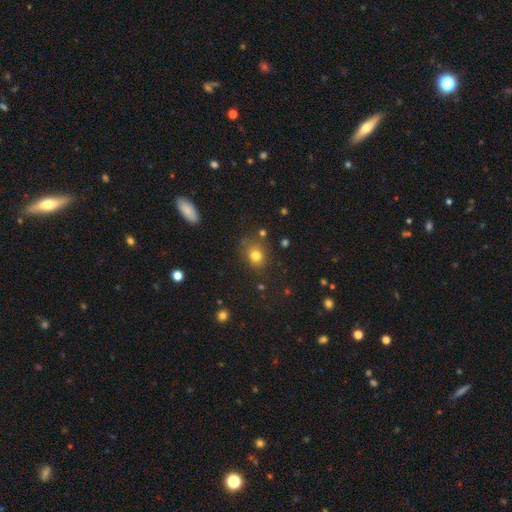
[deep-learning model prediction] Morphology: type=smooth (77%); roundness=round (64%); merging=none (75%).